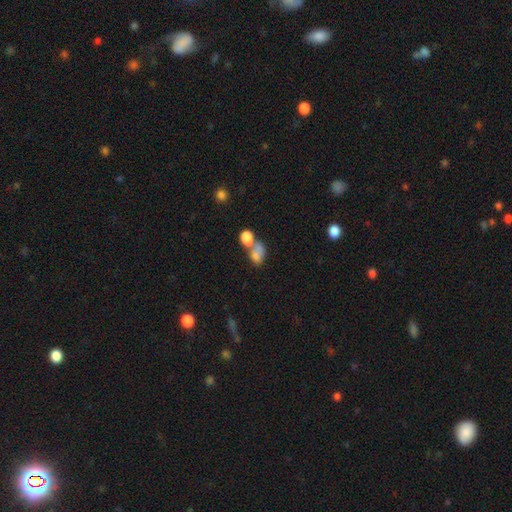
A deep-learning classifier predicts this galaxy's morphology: smooth_or_featured: smooth (p=0.52) [alt: star or artifact p=0.29]
how_rounded: in between (p=0.51) [alt: round p=0.43]
merging: none (p=0.45) [alt: merger p=0.37]